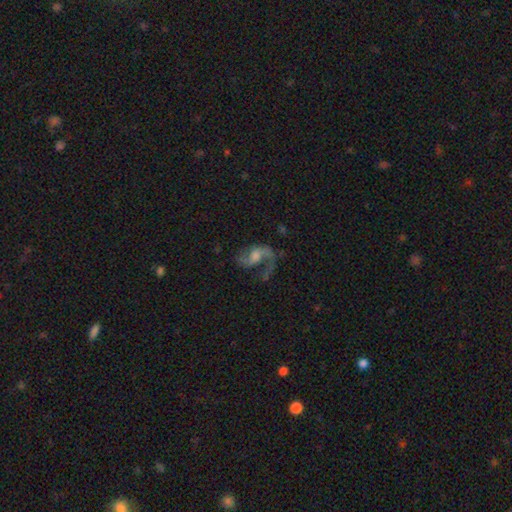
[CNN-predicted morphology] A featured or disk galaxy (80%) with a weak bar (44%, tied with no), 2 (74%) loose (62%) spiral arms (92%) and a moderate central bulge (43%).

Vote fractions:
- Smooth or featured? featured or disk: 80% / smooth: 12% / star or artifact: 9%
- Edge-on disk? no: 97% / yes: 3%
- Bar? weak: 44% (tied) / no: 44% (tied) / strong: 13%
- Spiral arms? yes: 92% / no: 8%
- Spiral winding? loose: 62% / medium: 32% / tight: 6%
- Spiral arm count? 2: 74% / 1: 18% / can't tell: 4% / 3: 2% / 4: 1% / more than 4: 1%
- Bulge size? moderate: 43% / small: 26% / none: 14% / large: 14% / dominant: 2%
- Merging? none: 48% / major disturbance: 30% / minor disturbance: 17% / merger: 4%